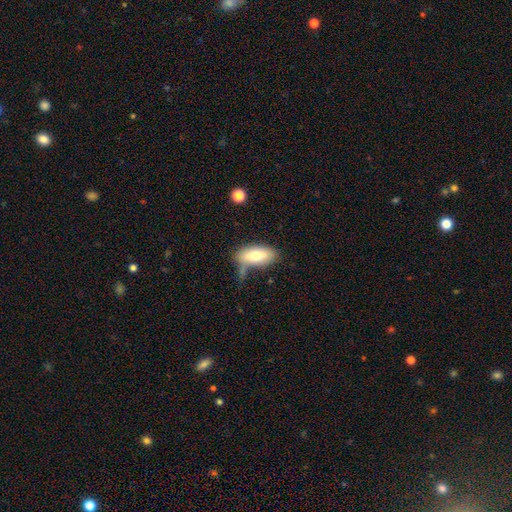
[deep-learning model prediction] A smooth galaxy with no disk features (76%) that is in between round and cigar-shaped (90%). Merging: none (54%).